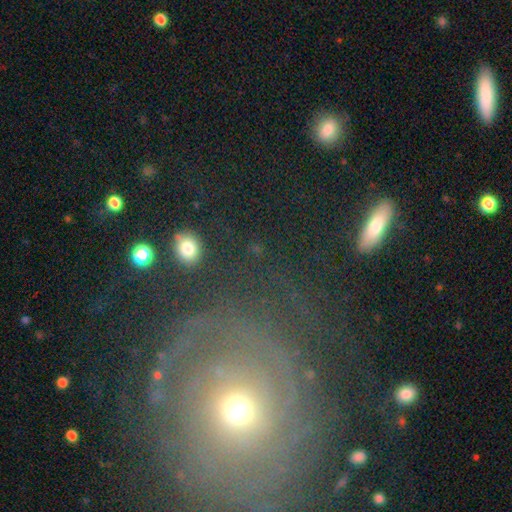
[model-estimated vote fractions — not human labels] smooth_or_featured: featured or disk (p=0.57) [alt: smooth p=0.23]
disk_edge_on: no (p=0.89) [alt: yes p=0.11]
bar: no (p=0.76) [alt: weak p=0.16]
has_spiral_arms: yes (p=0.74) [alt: no p=0.26]
bulge_size: small (p=0.48) [alt: moderate p=0.44]
merging: none (p=0.76) [alt: minor disturbance p=0.12]